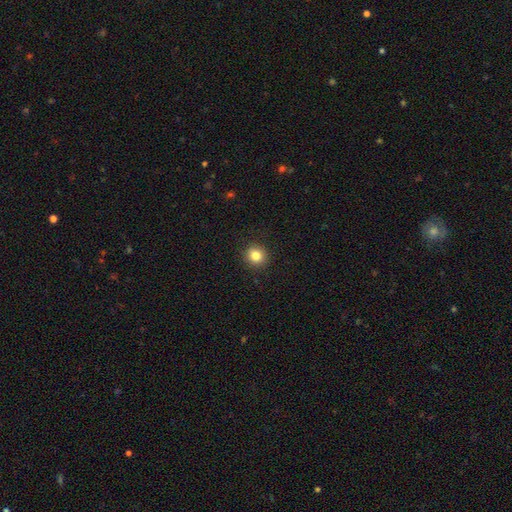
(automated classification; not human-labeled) Smooth or featured? smooth (83%)
How rounded? round (89%)
Merging? none (91%)